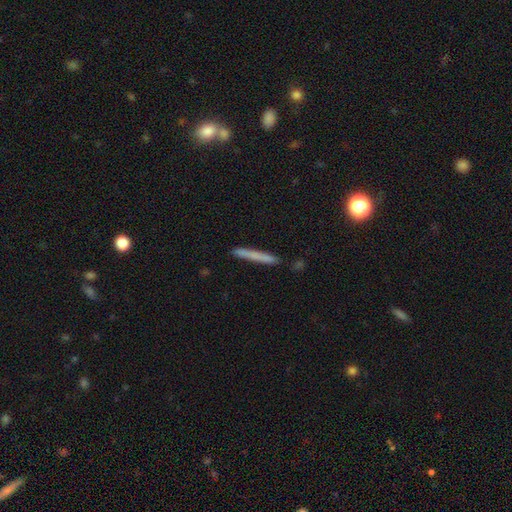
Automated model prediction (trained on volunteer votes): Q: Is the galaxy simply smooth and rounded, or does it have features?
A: smooth — 69%.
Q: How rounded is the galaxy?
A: cigar-shaped — 96%.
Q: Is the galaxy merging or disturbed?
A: none — 88%.